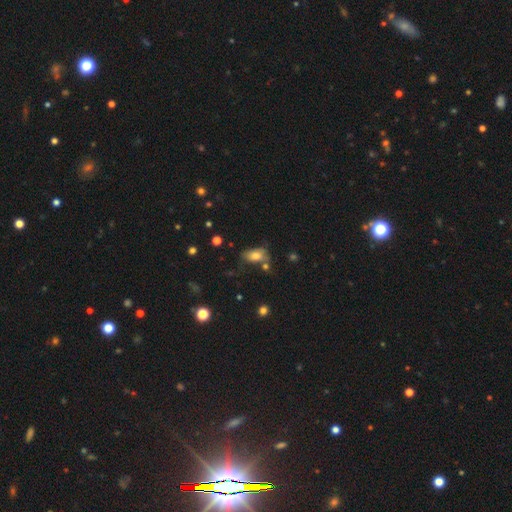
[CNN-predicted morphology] A smooth galaxy with no disk features (76%) that is in between round and cigar-shaped (89%).

Vote fractions:
- Smooth or featured? smooth: 76% / featured or disk: 14% / star or artifact: 10%
- How rounded? in between: 89% / round: 8% / cigar-shaped: 3%
- Merging? none: 48% / minor disturbance: 26% / merger: 14% / major disturbance: 12%